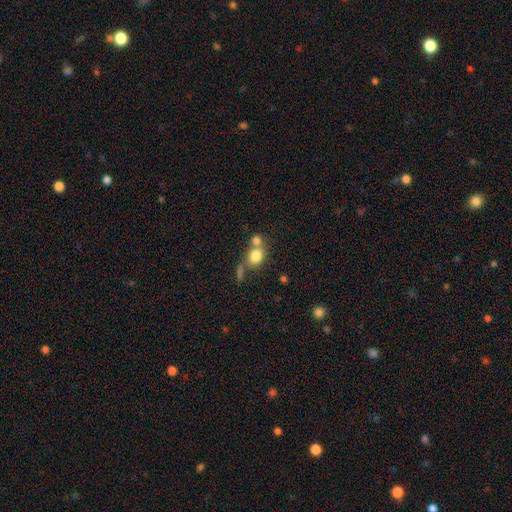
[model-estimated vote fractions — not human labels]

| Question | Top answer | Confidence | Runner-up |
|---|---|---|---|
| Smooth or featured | smooth | 78% | featured or disk (12%) |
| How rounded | round | 66% | in between (32%) |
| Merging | merger | 47% | none (38%) |